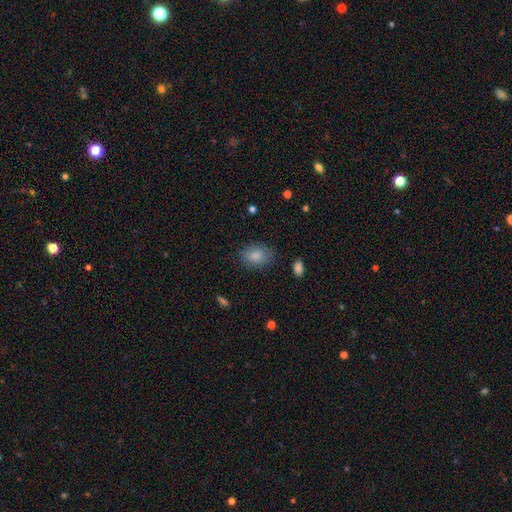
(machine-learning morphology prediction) type=smooth (85%); roundness=in between (77%); merging=none (79%).